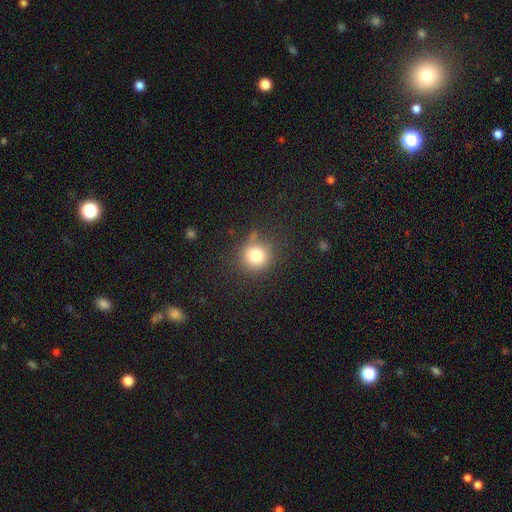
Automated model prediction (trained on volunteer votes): smooth 81%, star or artifact 12%, featured or disk 7%. Down the decision tree: how rounded — round (88%); merging — none (80%).